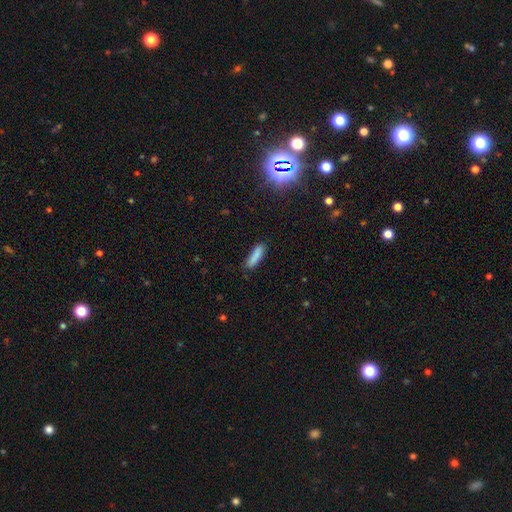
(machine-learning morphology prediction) smooth-or-featured: smooth: 84% | star or artifact: 8% | featured or disk: 8%
  how-rounded: cigar-shaped: 68% | in between: 30% | round: 2%
  merging: none: 73% | minor disturbance: 19% | major disturbance: 4% | merger: 3%